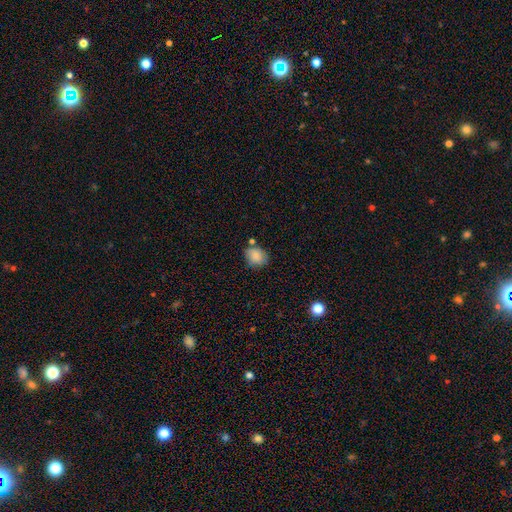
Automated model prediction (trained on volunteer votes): Q: Smooth or featured?
A: smooth (86%); runner-up: star or artifact (8%)
Q: How rounded?
A: round (53%); runner-up: in between (46%)
Q: Merging?
A: none (69%); runner-up: minor disturbance (19%)